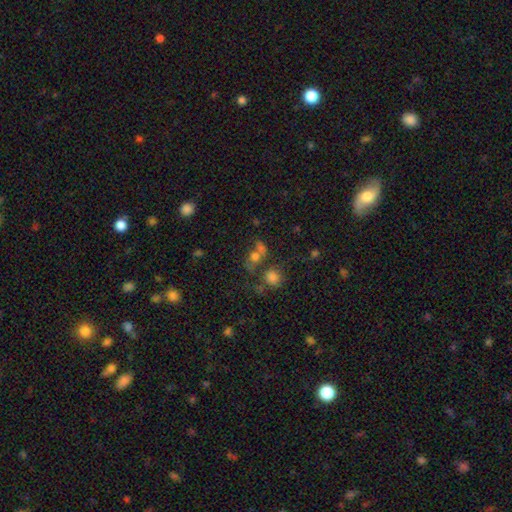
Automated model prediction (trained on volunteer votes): This is likely a smooth galaxy (63%). How rounded: likely round (60%). Merging: marginally merger (41%).